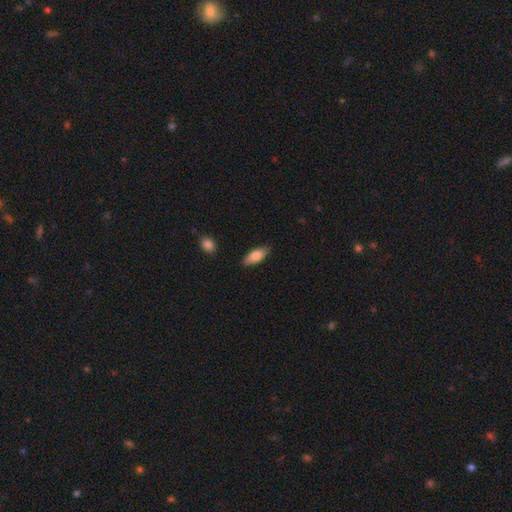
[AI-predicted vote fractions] A smooth galaxy with no disk features (77%) that is in between round and cigar-shaped (78%). Merging: none (83%).